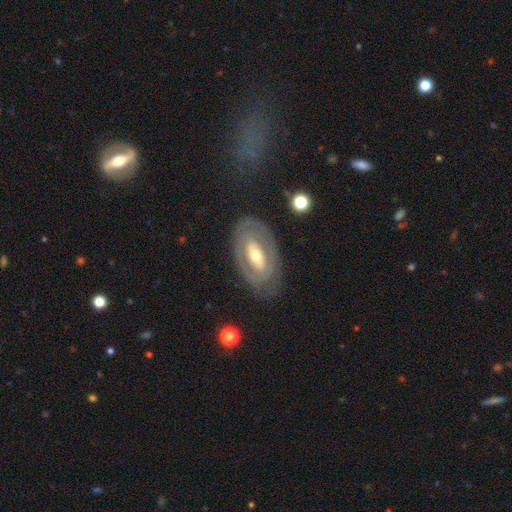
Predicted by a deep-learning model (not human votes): featured or disk 72%, smooth 22%, star or artifact 6%. Down the decision tree: edge-on disk — no (91%); bar — no (41%); spiral arms — no (60%); bulge size — moderate (57%); merging — none (77%).